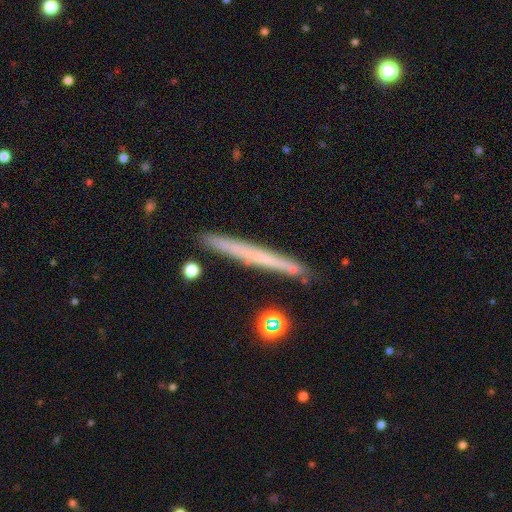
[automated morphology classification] smooth-or-featured: smooth: 49% | featured or disk: 44% | star or artifact: 7%
  merging: none: 88% | minor disturbance: 8% | merger: 2% | major disturbance: 2%